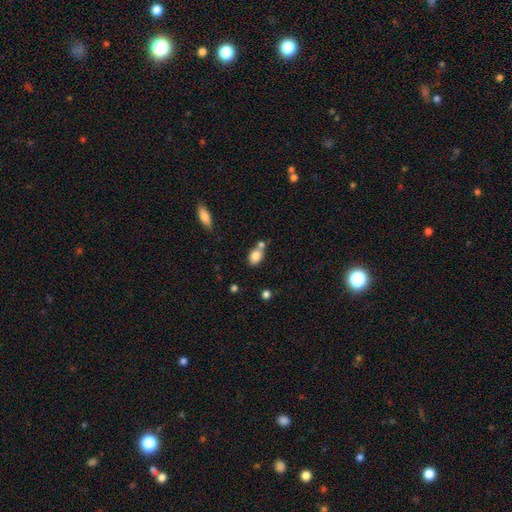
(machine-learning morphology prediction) Overall: smooth (82%). How rounded: in between (76%). Merging: none (49%; merger 32%).